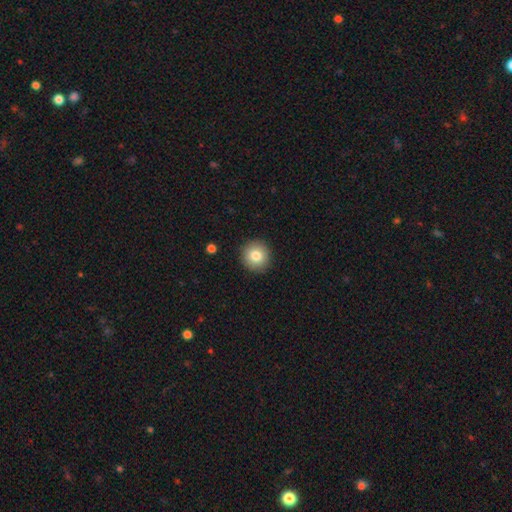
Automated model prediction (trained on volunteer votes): Smooth or featured: smooth — 82% (featured or disk — 9%)
How rounded: round — 95% (in between — 5%)
Merging: none — 92% (minor disturbance — 5%)